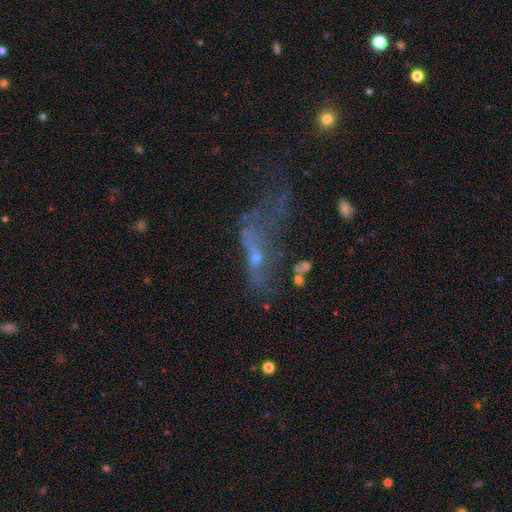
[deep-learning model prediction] This appears to be a featured or disk galaxy (48%). Merging: major disturbance (55%).